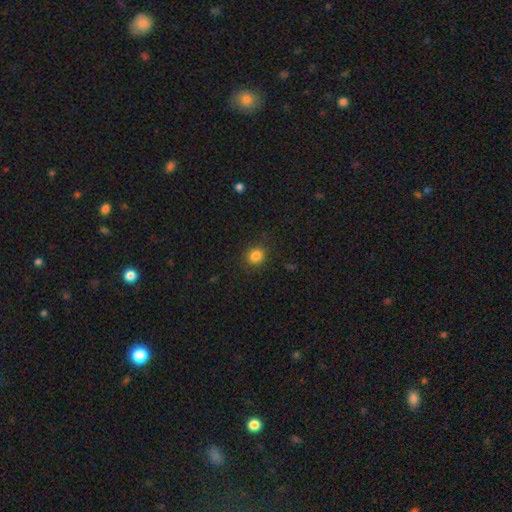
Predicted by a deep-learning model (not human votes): smooth 84%, star or artifact 12%, featured or disk 5%. Down the decision tree: how rounded — round (77%); merging — none (87%).